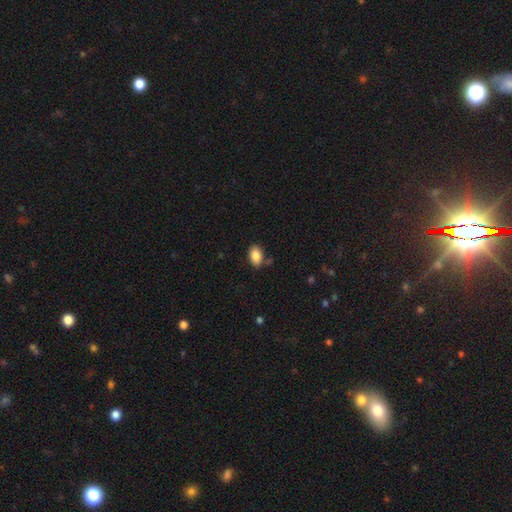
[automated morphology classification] smooth 86%, star or artifact 8%, featured or disk 6%. Down the decision tree: how rounded — in between (91%); merging — none (78%).